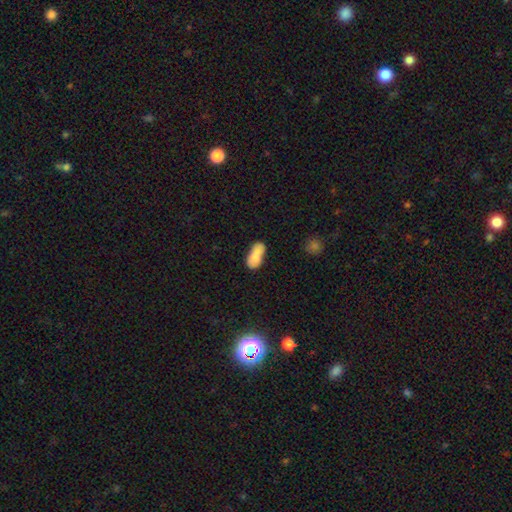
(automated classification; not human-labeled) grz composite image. It shows a smooth galaxy with no disk features (79%) that is in between round and cigar-shaped (89%). Merging: none (53%).